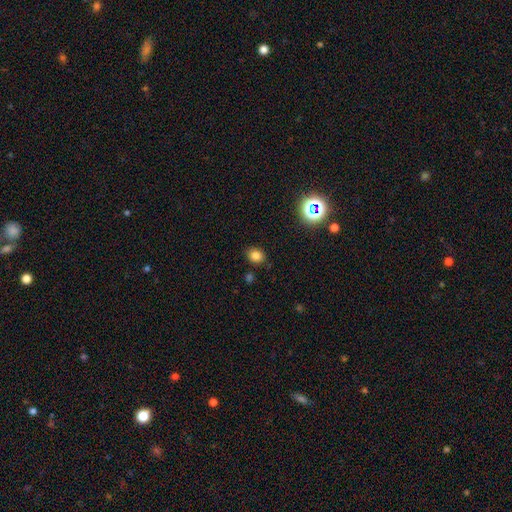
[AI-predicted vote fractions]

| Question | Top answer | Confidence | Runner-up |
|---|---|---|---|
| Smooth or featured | smooth | 78% | star or artifact (16%) |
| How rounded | round | 59% | in between (40%) |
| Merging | none | 84% | minor disturbance (10%) |